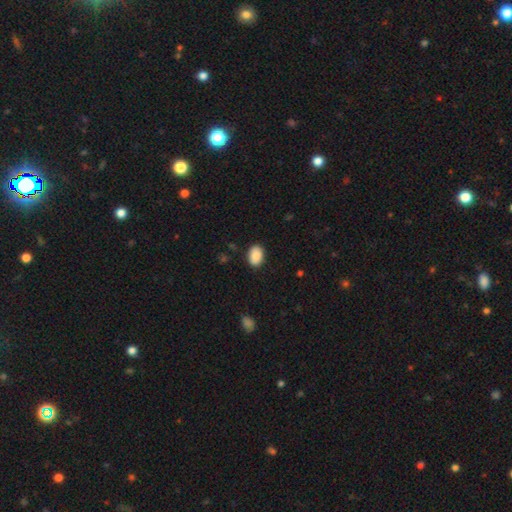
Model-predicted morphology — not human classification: The model was most divided on "how rounded": in between: 85%, round: 14%, cigar-shaped: 1%. More confident: smooth or featured — smooth (89%); merging — none (87%).